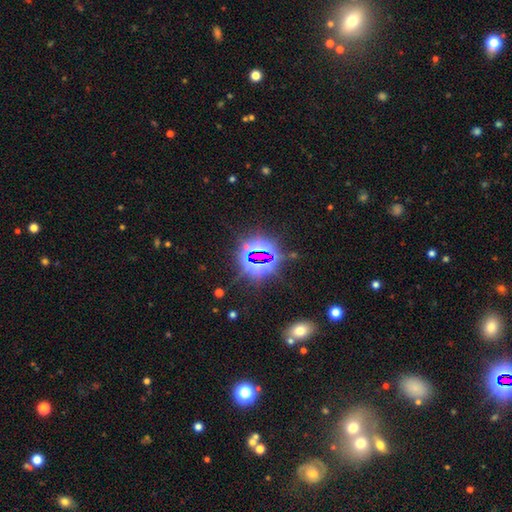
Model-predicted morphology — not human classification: A star or artifact, not a galaxy (81%).

Vote fractions:
- Smooth or featured? star or artifact: 81% / smooth: 10% / featured or disk: 9%